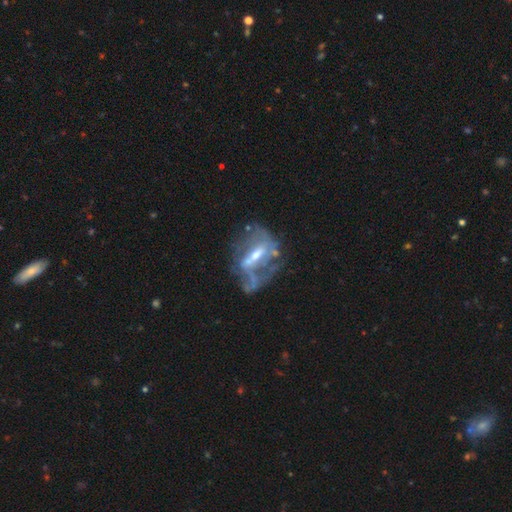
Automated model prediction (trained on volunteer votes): Smooth or featured?
  - featured or disk: 76% *
  - smooth: 14%
  - star or artifact: 10%
Edge-on disk?
  - no: 89% *
  - yes: 11%
Bar?
  - strong: 41% *
  - weak: 38%
  - no: 21%
Spiral arms?
  - yes: 52% *
  - no: 48%
Bulge size?
  - moderate: 51% *
  - small: 36%
  - large: 6%
  - none: 6%
  - dominant: 1%
Merging?
  - none: 38% *
  - major disturbance: 33%
  - minor disturbance: 20%
  - merger: 9%